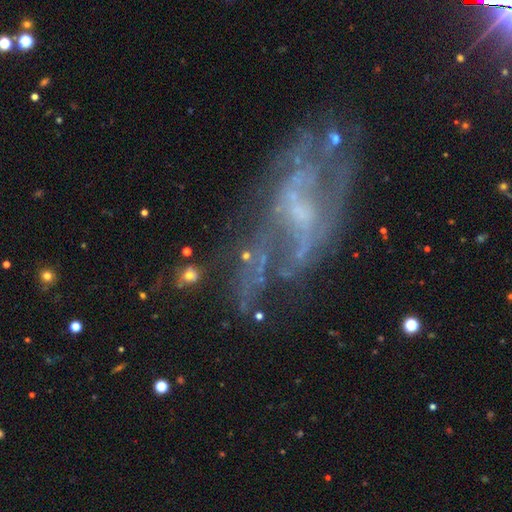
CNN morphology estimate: smooth_or_featured: featured or disk (p=0.75) [alt: star or artifact p=0.13]
disk_edge_on: no (p=0.90) [alt: yes p=0.10]
bar: no (p=0.47) [alt: weak p=0.41]
has_spiral_arms: yes (p=0.62) [alt: no p=0.38]
bulge_size: small (p=0.56) [alt: moderate p=0.21]
merging: none (p=0.51) [alt: major disturbance p=0.23]